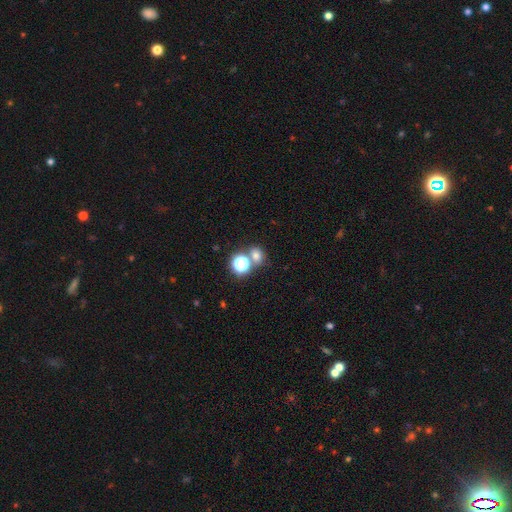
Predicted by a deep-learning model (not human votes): A smooth galaxy with no disk features (68%) that is round (64%). Merging: none (63%).